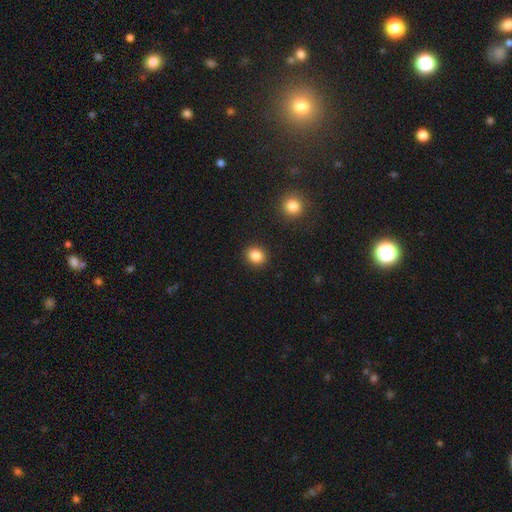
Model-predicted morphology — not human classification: Q: Smooth or featured?
A: smooth (85%); runner-up: star or artifact (10%)
Q: How rounded?
A: round (72%); runner-up: in between (27%)
Q: Merging?
A: none (90%); runner-up: minor disturbance (6%)